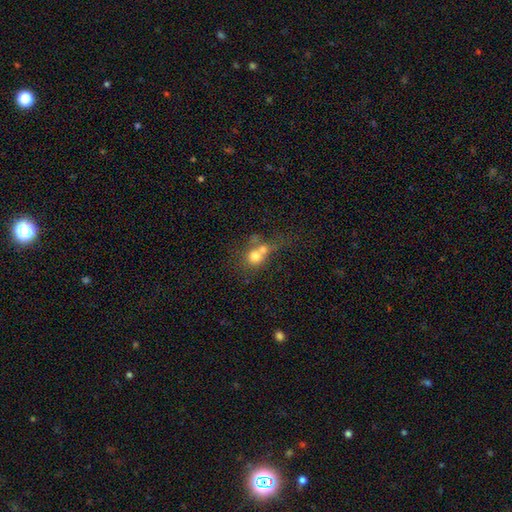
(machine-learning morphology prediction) A smooth galaxy with no disk features (68%) that is round (77%).

Vote fractions:
- Smooth or featured? smooth: 68% / featured or disk: 20% / star or artifact: 12%
- How rounded? round: 77% / in between: 22% / cigar-shaped: 2%
- Merging? merger: 62% / none: 24% / minor disturbance: 7% / major disturbance: 6%